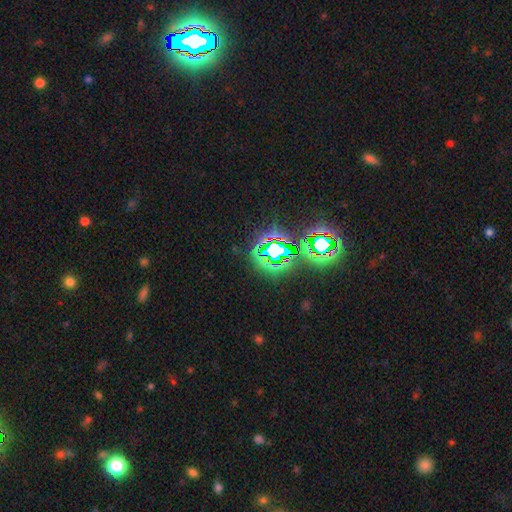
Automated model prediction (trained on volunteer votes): Morphology: type=star or artifact (80%).